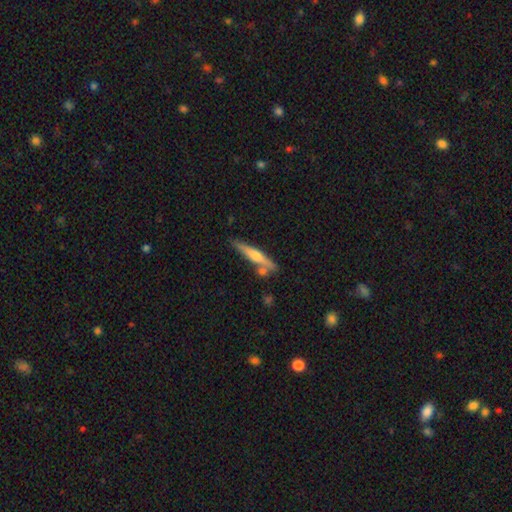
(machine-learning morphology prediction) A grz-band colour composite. It shows a featured or disk galaxy (52%) viewed edge-on (95%). Merging: none (76%).